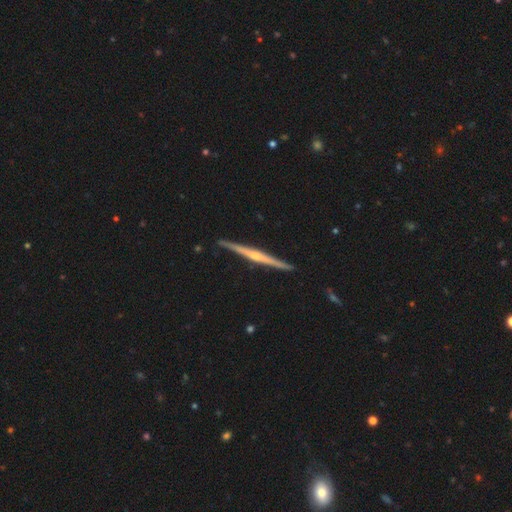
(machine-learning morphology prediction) Q: Smooth or featured?
A: featured or disk (82%); runner-up: smooth (13%)
Q: Edge-on disk?
A: yes (99%); runner-up: no (1%)
Q: Edge-on bulge?
A: rounded (69%); runner-up: none (21%)
Q: Merging?
A: none (91%); runner-up: minor disturbance (6%)